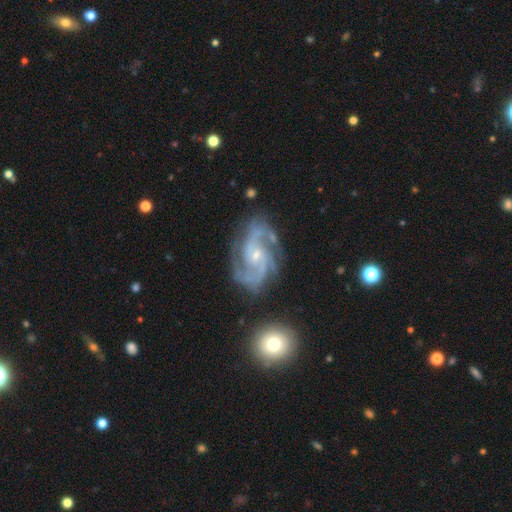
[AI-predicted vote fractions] Smooth or featured?
  - featured or disk: 92% *
  - star or artifact: 5%
  - smooth: 3%
Edge-on disk?
  - no: 98% *
  - yes: 2%
Bar?
  - no: 58% *
  - weak: 32%
  - strong: 10%
Spiral arms?
  - yes: 98% *
  - no: 2%
Spiral winding?
  - medium: 55% *
  - tight: 32%
  - loose: 13%
Spiral arm count?
  - 2: 44% *
  - 3: 32%
  - 4: 8%
  - can't tell: 8%
  - 1: 5%
  - more than 4: 5%
Bulge size?
  - small: 72% *
  - moderate: 24%
  - none: 2%
  - large: 1%
  - dominant: 1%
Merging?
  - none: 71% *
  - minor disturbance: 17%
  - major disturbance: 8%
  - merger: 3%